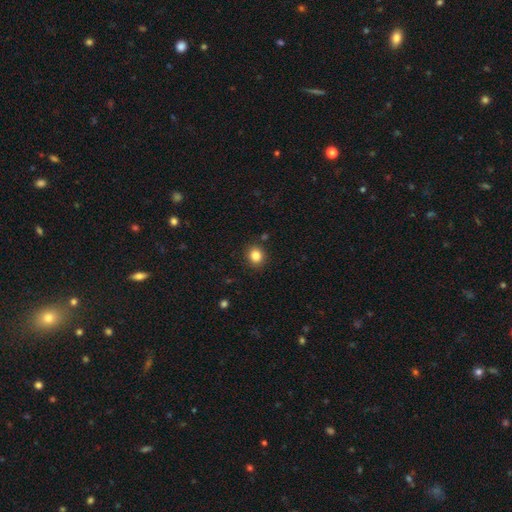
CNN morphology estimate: Smooth or featured: smooth — 85% (star or artifact — 11%)
How rounded: round — 76% (in between — 24%)
Merging: none — 89% (minor disturbance — 7%)